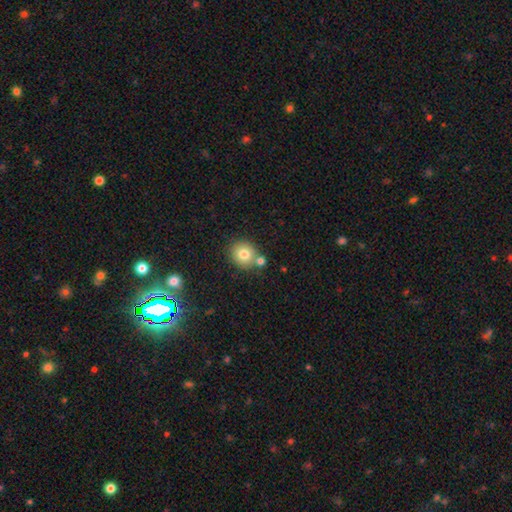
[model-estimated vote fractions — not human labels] Smooth or featured: smooth — 60% (star or artifact — 29%)
How rounded: round — 87% (in between — 12%)
Merging: none — 76% (merger — 13%)